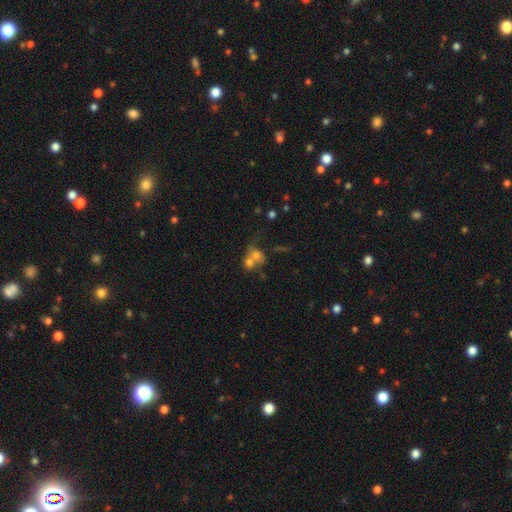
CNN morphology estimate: A smooth galaxy with no disk features (65%) that is round (62%). Merging: merger (65%).